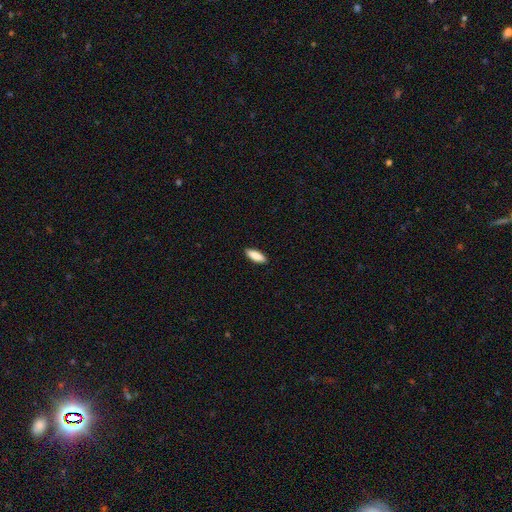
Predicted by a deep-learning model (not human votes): Smooth or featured? Predicted: smooth (p=0.88). How rounded? Predicted: in between (p=0.67). Merging? Predicted: none (p=0.90).